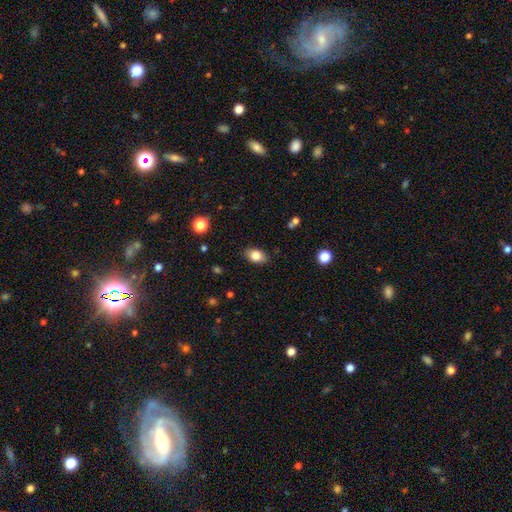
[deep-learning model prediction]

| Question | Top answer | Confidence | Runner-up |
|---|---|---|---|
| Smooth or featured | smooth | 81% | featured or disk (10%) |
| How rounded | in between | 86% | round (13%) |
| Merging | none | 86% | minor disturbance (11%) |